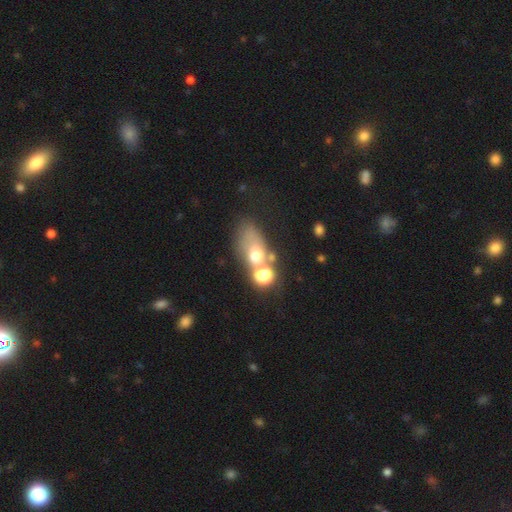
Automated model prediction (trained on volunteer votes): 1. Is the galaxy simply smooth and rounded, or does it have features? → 57% smooth, 24% featured or disk, 19% star or artifact.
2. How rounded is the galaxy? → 64% in between, 33% round, 4% cigar-shaped.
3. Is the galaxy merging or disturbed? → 41% merger, 28% none, 16% major disturbance, 14% minor disturbance.